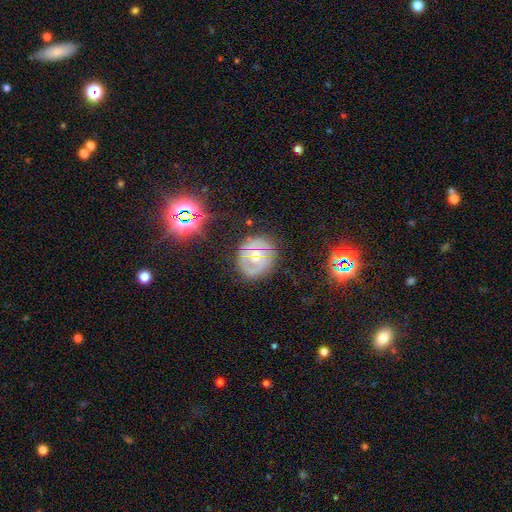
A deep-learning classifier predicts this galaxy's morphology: A featured or disk galaxy (71%) with no bar (45%), 2 (49%) tight (60%) spiral arms (78%) and a moderate central bulge (59%).

Vote fractions:
- Smooth or featured? featured or disk: 71% / smooth: 17% / star or artifact: 11%
- Edge-on disk? no: 97% / yes: 3%
- Bar? no: 45% / weak: 41% / strong: 14%
- Spiral arms? yes: 78% / no: 22%
- Spiral winding? tight: 60% / medium: 31% / loose: 9%
- Spiral arm count? 2: 49% / can't tell: 31% / 3: 9% / 1: 6% / 4: 3% / more than 4: 2%
- Bulge size? moderate: 59% / small: 33% / large: 4% / none: 3% / dominant: 1%
- Merging? none: 74% / minor disturbance: 18% / major disturbance: 7% / merger: 2%